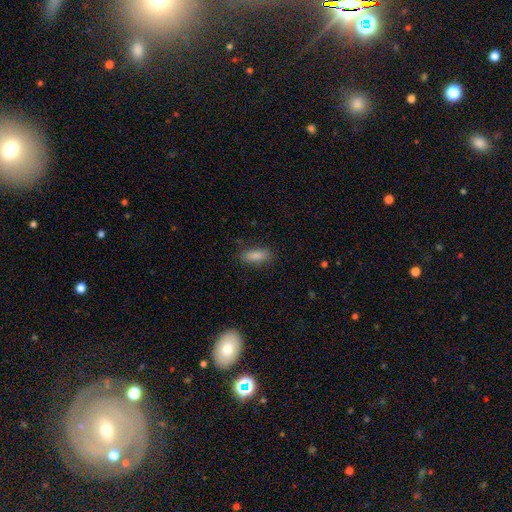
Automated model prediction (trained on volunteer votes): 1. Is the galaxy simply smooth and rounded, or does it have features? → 86% smooth, 8% star or artifact, 7% featured or disk.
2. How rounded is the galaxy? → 79% in between, 19% cigar-shaped, 3% round.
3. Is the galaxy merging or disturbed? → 81% none, 14% minor disturbance, 4% major disturbance, 1% merger.